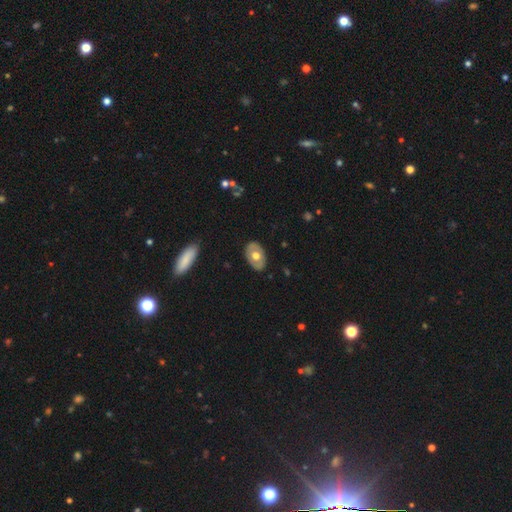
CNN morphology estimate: type=smooth (53%); roundness=in between (85%); merging=none (84%).